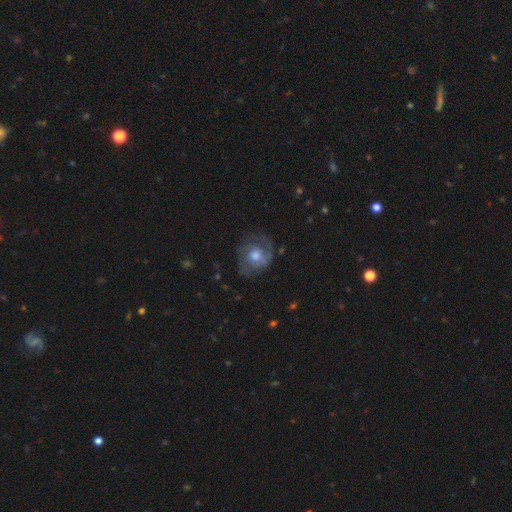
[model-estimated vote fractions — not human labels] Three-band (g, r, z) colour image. It shows a featured or disk galaxy (64%) with no bar (77%), spiral arms (80%) and a moderate central bulge (63%). Merging: none (68%).